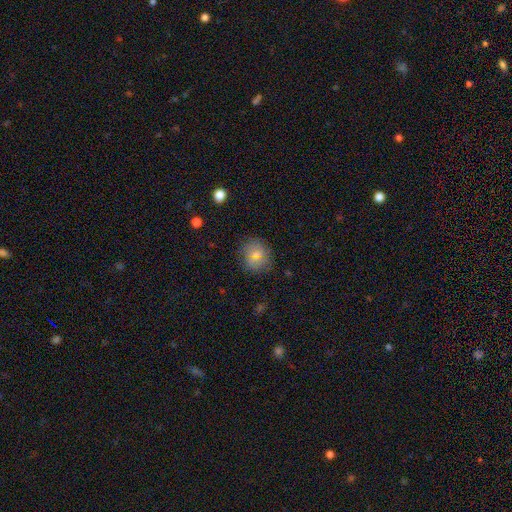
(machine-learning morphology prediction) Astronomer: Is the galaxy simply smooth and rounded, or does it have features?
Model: smooth — 75%.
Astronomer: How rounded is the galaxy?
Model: round — 72%.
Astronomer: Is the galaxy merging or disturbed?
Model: none — 78%.